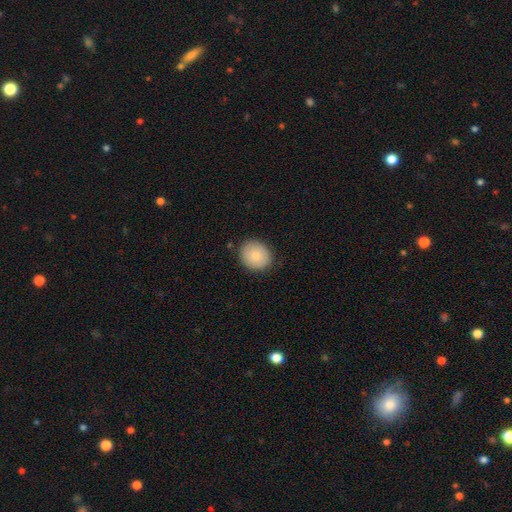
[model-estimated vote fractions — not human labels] A smooth galaxy with no disk features (81%) that is round (78%). Merging: none (86%).